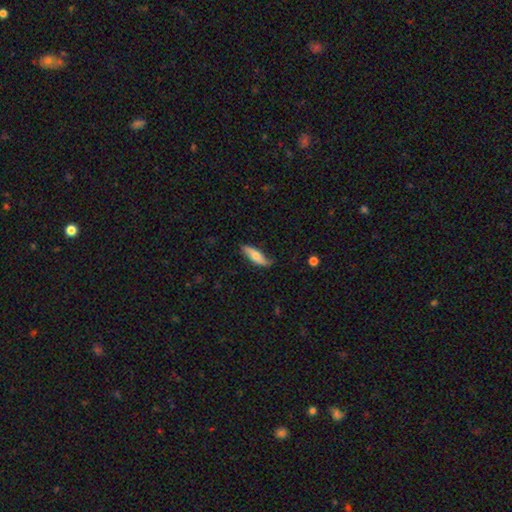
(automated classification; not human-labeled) A smooth galaxy with no disk features (60%) that is in between round and cigar-shaped (50%).

Vote fractions:
- Smooth or featured? smooth: 60% / featured or disk: 34% / star or artifact: 6%
- How rounded? in between: 50% / cigar-shaped: 48% / round: 2%
- Merging? none: 68% / minor disturbance: 25% / major disturbance: 5% / merger: 2%